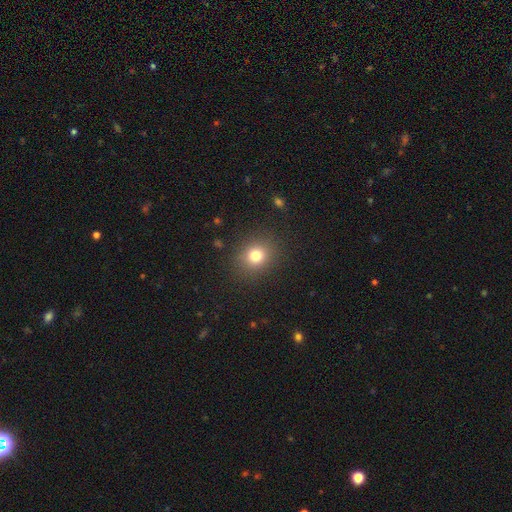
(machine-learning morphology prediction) This is likely a smooth galaxy (78%). How rounded: likely round (73%). Merging: clearly none (87%).